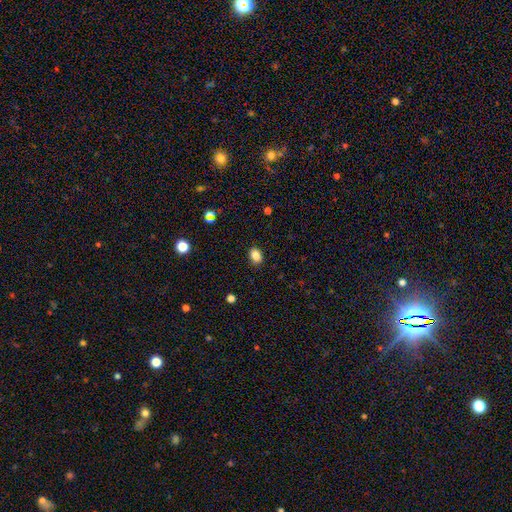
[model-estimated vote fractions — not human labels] Overall: smooth (85%). How rounded: in between (74%). Merging: none (88%).